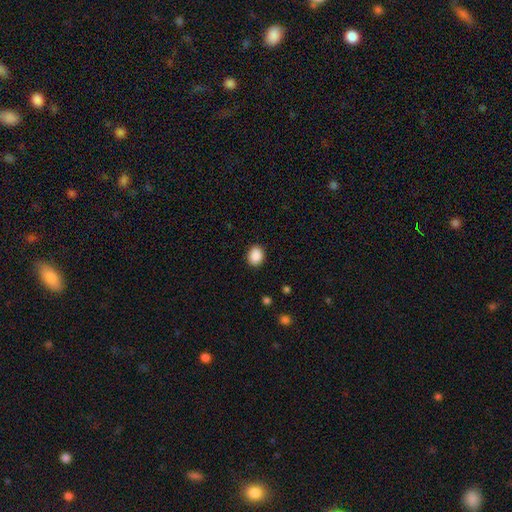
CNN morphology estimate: Smooth or featured? Predicted: smooth (p=0.89). How rounded? Predicted: in between (p=0.56). Merging? Predicted: none (p=0.90).